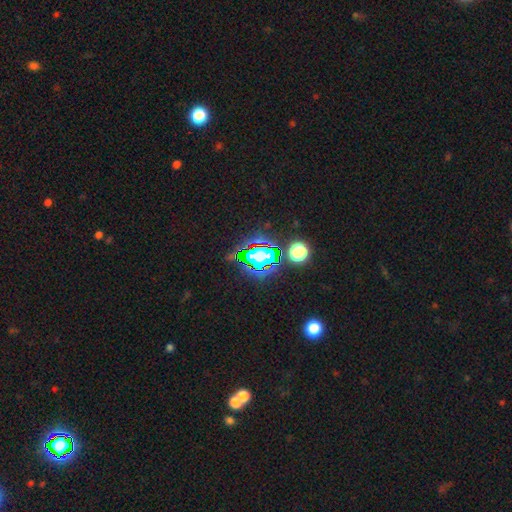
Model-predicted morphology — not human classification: Smooth or featured? Predicted: star or artifact (p=0.79).